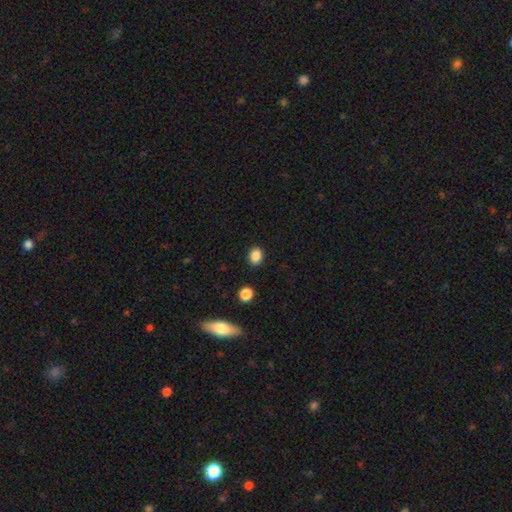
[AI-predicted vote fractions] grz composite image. It shows a smooth galaxy with no disk features (86%) that is round (50%). Merging: none (89%).